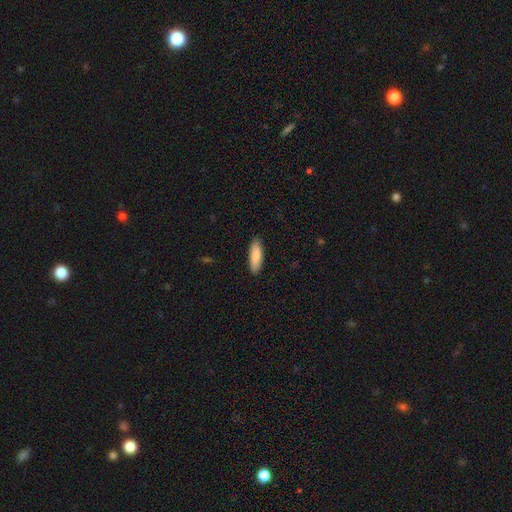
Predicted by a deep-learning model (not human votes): The model was most divided on "how rounded": in between: 54%, cigar-shaped: 45%, round: 2%. More confident: merging — none (89%); smooth or featured — smooth (83%).